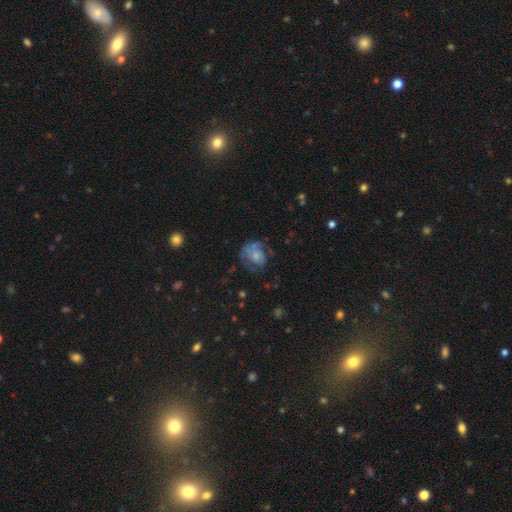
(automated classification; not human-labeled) smooth_or_featured: featured or disk (p=0.53) [alt: smooth p=0.38]
disk_edge_on: no (p=0.98) [alt: yes p=0.02]
bar: no (p=0.77) [alt: weak p=0.19]
has_spiral_arms: yes (p=0.64) [alt: no p=0.36]
bulge_size: small (p=0.43) [alt: moderate p=0.33]
merging: none (p=0.45) [alt: major disturbance p=0.26]